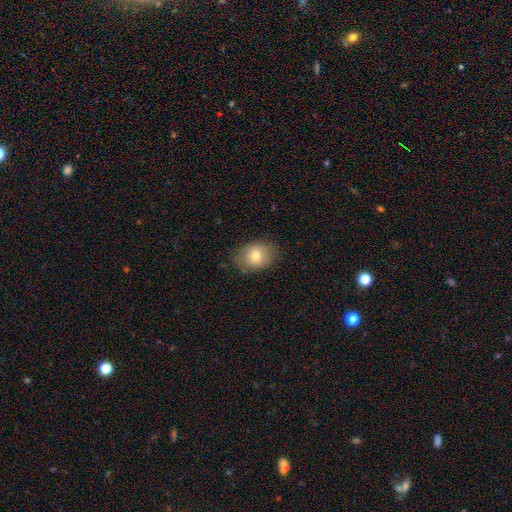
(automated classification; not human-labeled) Smooth or featured?
  - smooth: 77% *
  - featured or disk: 14%
  - star or artifact: 9%
How rounded?
  - in between: 60% *
  - round: 39%
  - cigar-shaped: 1%
Merging?
  - none: 78% *
  - minor disturbance: 17%
  - major disturbance: 4%
  - merger: 1%